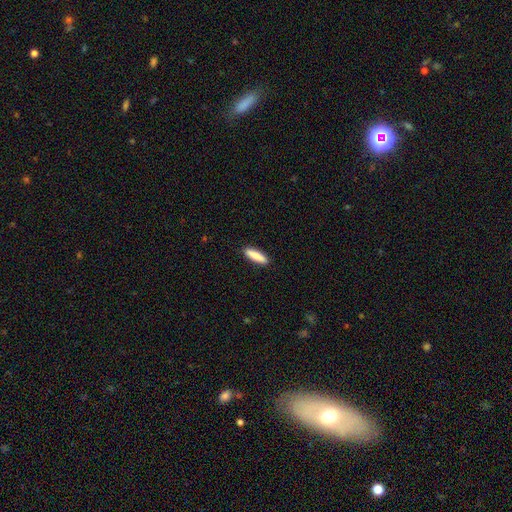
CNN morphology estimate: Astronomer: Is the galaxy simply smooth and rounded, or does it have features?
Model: smooth — 87%.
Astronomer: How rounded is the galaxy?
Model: cigar-shaped — 73%.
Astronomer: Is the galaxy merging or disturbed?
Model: none — 91%.